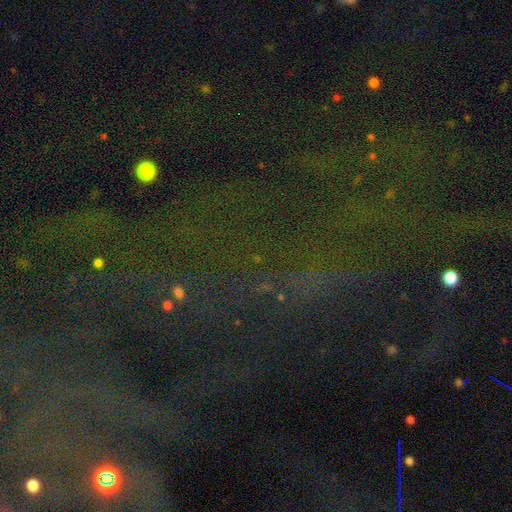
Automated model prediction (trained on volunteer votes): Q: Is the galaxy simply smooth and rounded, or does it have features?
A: star or artifact — 76%.